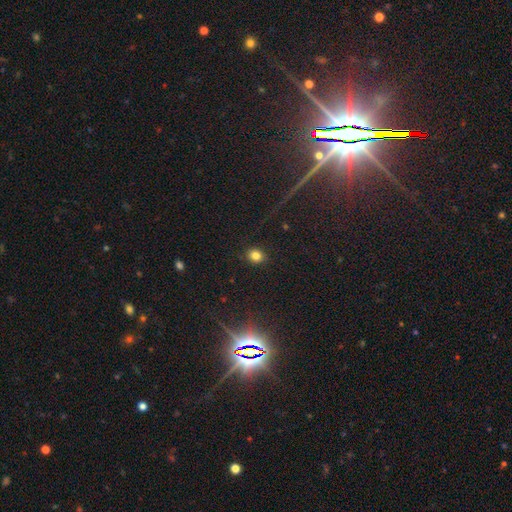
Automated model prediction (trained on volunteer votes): smooth-or-featured: smooth: 81% | star or artifact: 13% | featured or disk: 6%
  how-rounded: round: 71% | in between: 28% | cigar-shaped: 1%
  merging: none: 89% | minor disturbance: 7% | major disturbance: 2% | merger: 1%